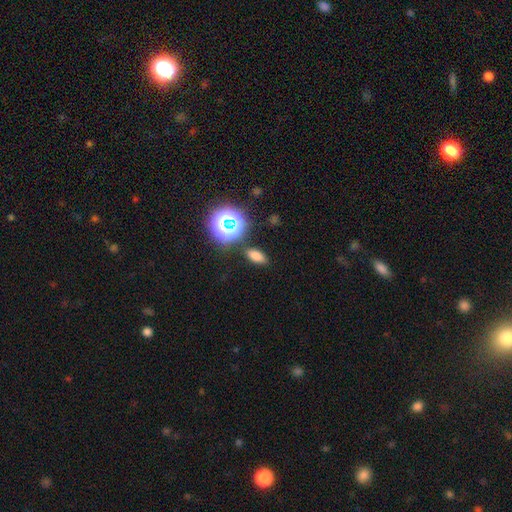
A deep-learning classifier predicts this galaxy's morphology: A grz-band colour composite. It shows a smooth galaxy with no disk features (72%) that is in between round and cigar-shaped (80%). Merging: none (84%).